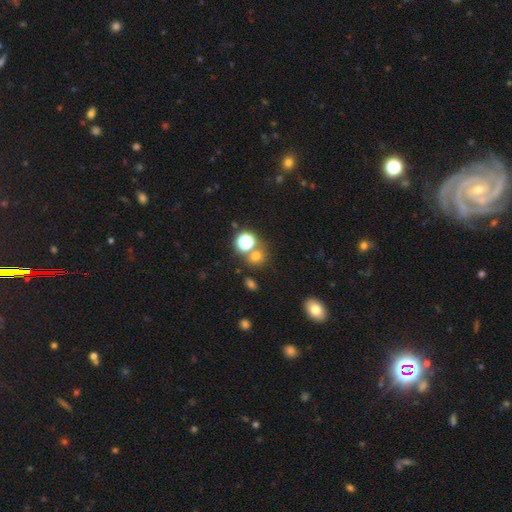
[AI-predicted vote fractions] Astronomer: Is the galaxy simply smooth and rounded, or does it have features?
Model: smooth — 65%.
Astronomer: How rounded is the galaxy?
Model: round — 74%.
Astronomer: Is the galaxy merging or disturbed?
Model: none — 65%.